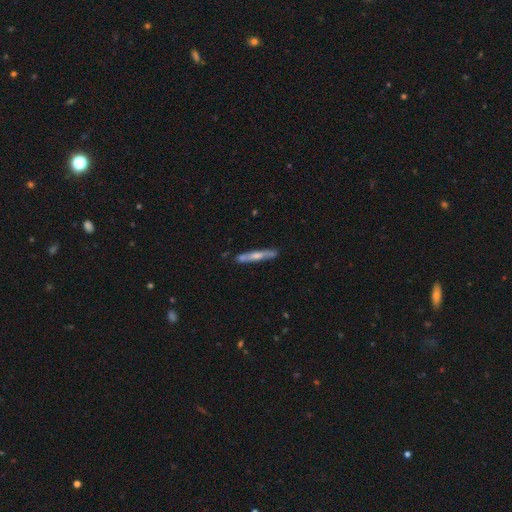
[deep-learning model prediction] Smooth or featured?
  - featured or disk: 51% *
  - smooth: 43%
  - star or artifact: 6%
Edge-on disk?
  - yes: 87% *
  - no: 13%
Merging?
  - none: 78% *
  - minor disturbance: 14%
  - merger: 5%
  - major disturbance: 3%